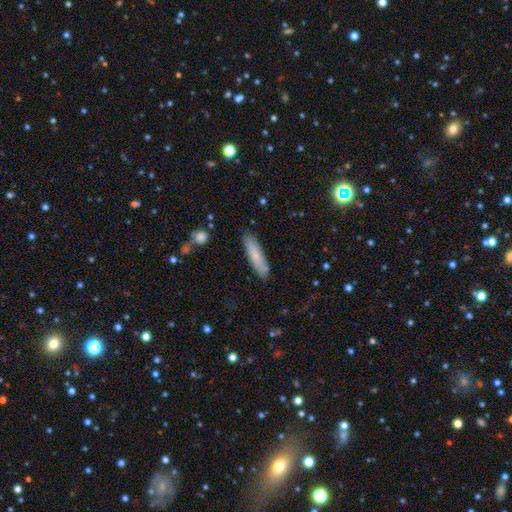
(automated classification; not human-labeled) smooth-or-featured: smooth: 74% | featured or disk: 20% | star or artifact: 7%
  how-rounded: cigar-shaped: 80% | in between: 18% | round: 2%
  merging: none: 85% | minor disturbance: 11% | merger: 2% | major disturbance: 2%